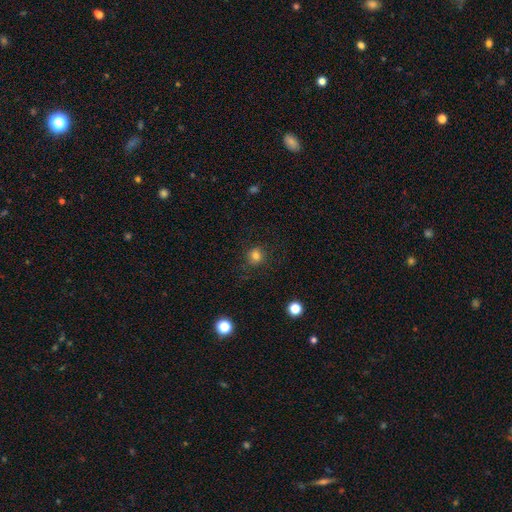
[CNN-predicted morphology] Smooth or featured? smooth (79%)
How rounded? round (83%)
Merging? none (82%)